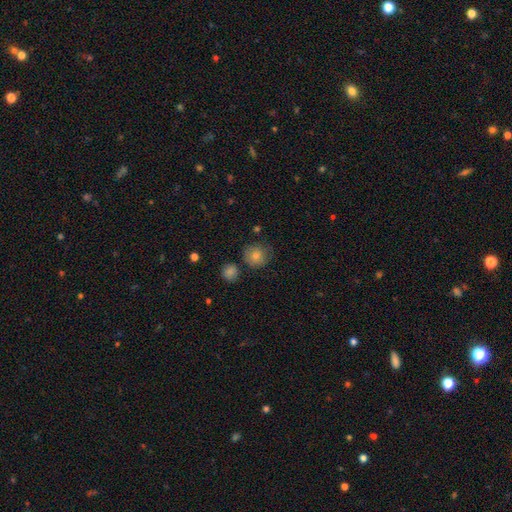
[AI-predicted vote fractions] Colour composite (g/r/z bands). It shows a smooth galaxy with no disk features (73%) that is round (90%). Merging: none (78%).